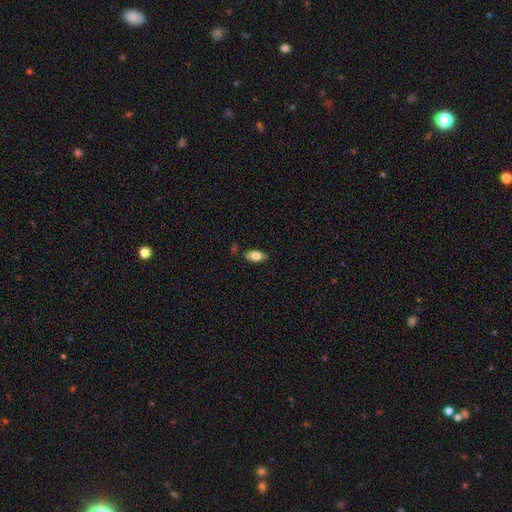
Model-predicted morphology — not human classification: Smooth or featured? Predicted: smooth (p=0.78). How rounded? Predicted: in between (p=0.90). Merging? Predicted: none (p=0.83).